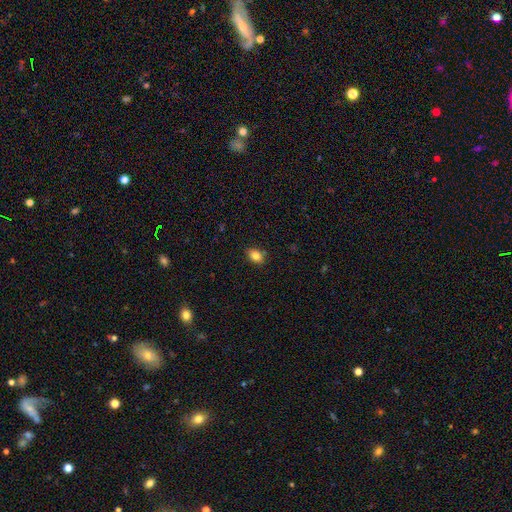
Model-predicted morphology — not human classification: smooth_or_featured: smooth (p=0.84) [alt: star or artifact p=0.10]
how_rounded: in between (p=0.74) [alt: round p=0.24]
merging: none (p=0.84) [alt: minor disturbance p=0.11]